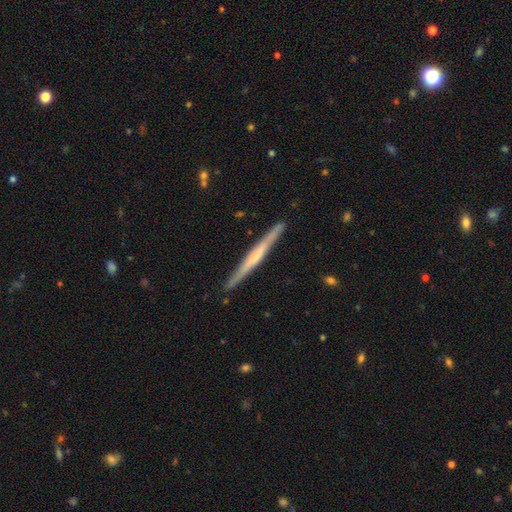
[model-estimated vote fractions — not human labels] Smooth or featured?
  - featured or disk: 65% *
  - smooth: 30%
  - star or artifact: 5%
Edge-on disk?
  - yes: 97% *
  - no: 3%
Edge-on bulge?
  - none: 54% *
  - rounded: 33%
  - boxy: 13%
Merging?
  - none: 90% *
  - minor disturbance: 7%
  - major disturbance: 1%
  - merger: 1%